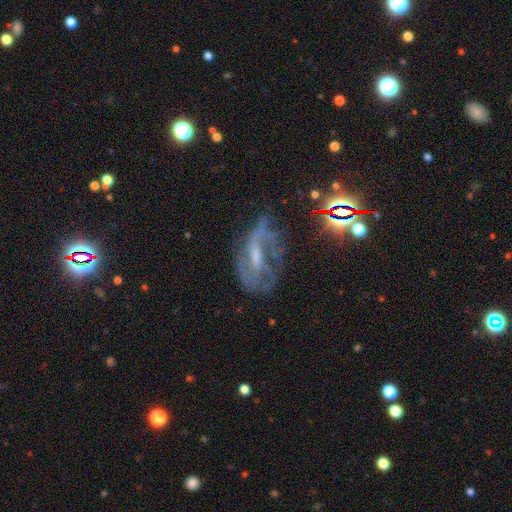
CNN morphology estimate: Q: Smooth or featured?
A: featured or disk (68%); runner-up: star or artifact (16%)
Q: Edge-on disk?
A: no (91%); runner-up: yes (9%)
Q: Bar?
A: weak (44%); runner-up: strong (31%)
Q: Spiral arms?
A: yes (71%); runner-up: no (29%)
Q: Bulge size?
A: small (39%); runner-up: moderate (31%)
Q: Merging?
A: none (42%); runner-up: major disturbance (29%)